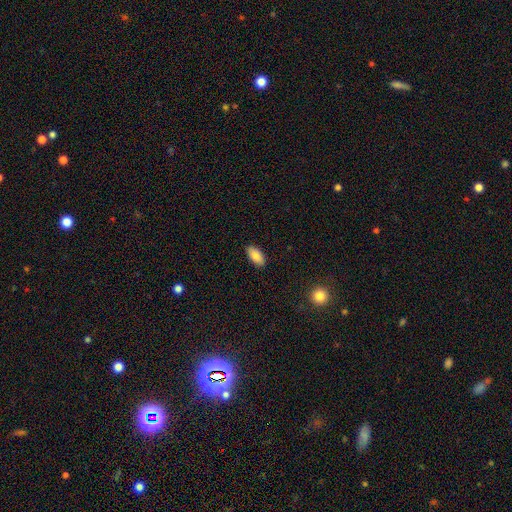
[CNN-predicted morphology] A smooth galaxy with no disk features (85%) that is in between round and cigar-shaped (91%).

Vote fractions:
- Smooth or featured? smooth: 85% / featured or disk: 8% / star or artifact: 7%
- How rounded? in between: 91% / cigar-shaped: 7% / round: 2%
- Merging? none: 89% / minor disturbance: 8% / major disturbance: 2% / merger: 1%